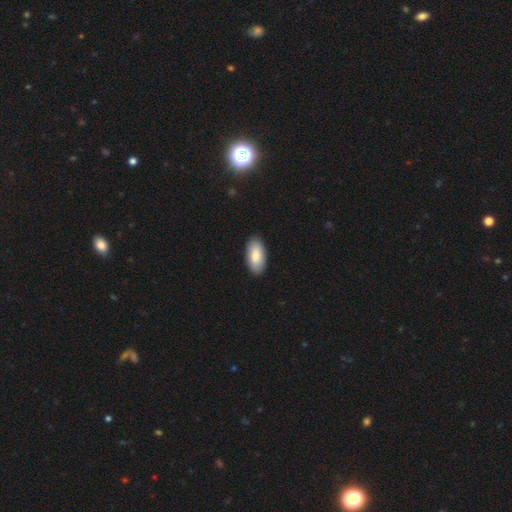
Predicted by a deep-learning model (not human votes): Morphology: type=smooth (84%); roundness=in between (93%); merging=none (90%).